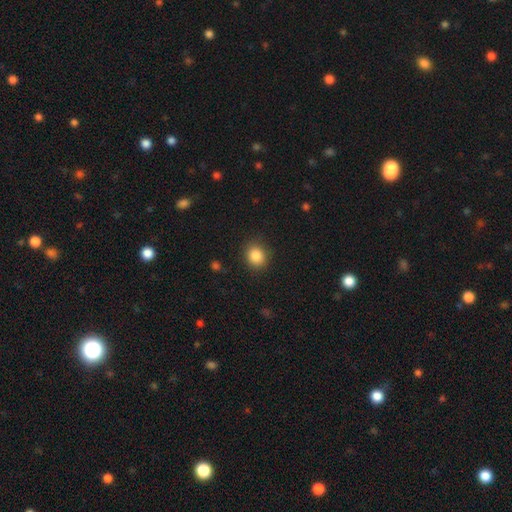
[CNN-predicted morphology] smooth_or_featured: smooth (p=0.87) [alt: star or artifact p=0.09]
how_rounded: round (p=0.73) [alt: in between p=0.26]
merging: none (p=0.87) [alt: minor disturbance p=0.09]